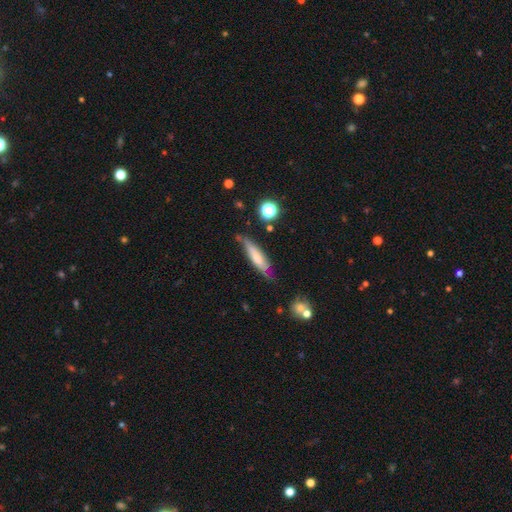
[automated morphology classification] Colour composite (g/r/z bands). It shows a smooth galaxy with no disk features (53%) that is cigar-shaped (76%). Merging: none (62%).